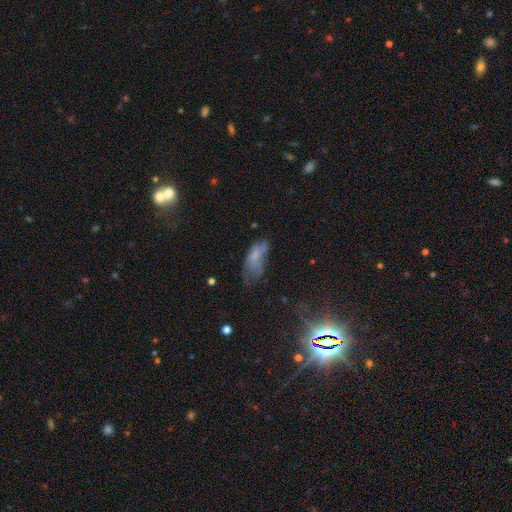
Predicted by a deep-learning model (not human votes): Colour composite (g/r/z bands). It shows a smooth galaxy with no disk features (52%) that is in between round and cigar-shaped (82%). Merging: major disturbance (32%).